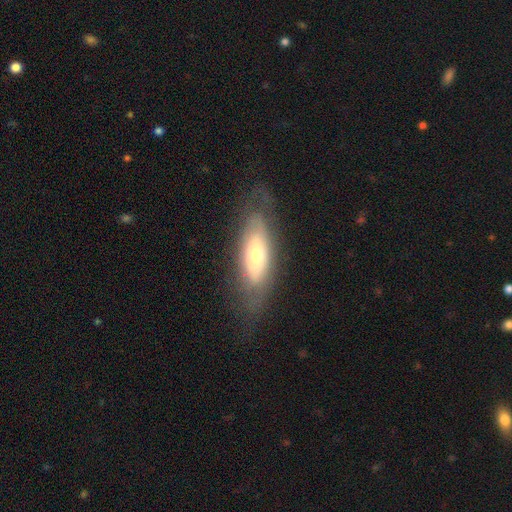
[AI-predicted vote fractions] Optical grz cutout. It shows a smooth galaxy with no disk features (48%). Merging: none (69%).